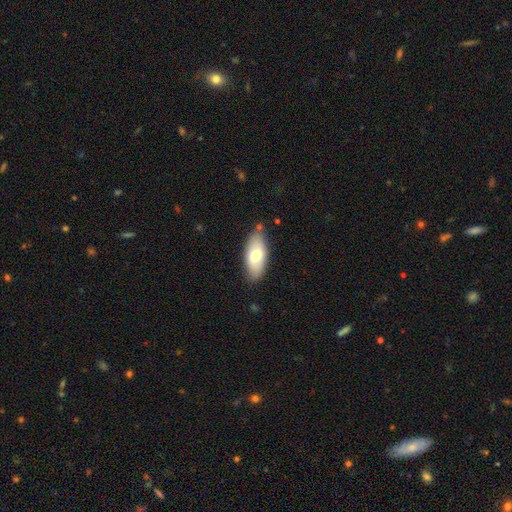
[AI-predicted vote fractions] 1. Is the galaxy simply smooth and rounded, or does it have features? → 67% smooth, 27% featured or disk, 6% star or artifact.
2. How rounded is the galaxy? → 87% in between, 10% cigar-shaped, 2% round.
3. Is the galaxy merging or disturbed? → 80% none, 14% minor disturbance, 3% merger, 3% major disturbance.